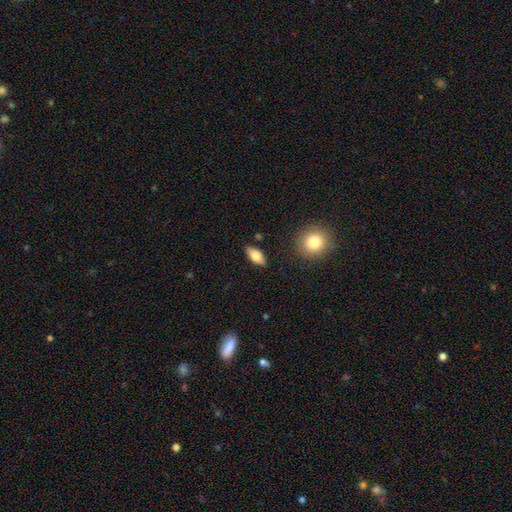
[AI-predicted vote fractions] Overall: smooth (76%). How rounded: in between (87%). Merging: none (86%).